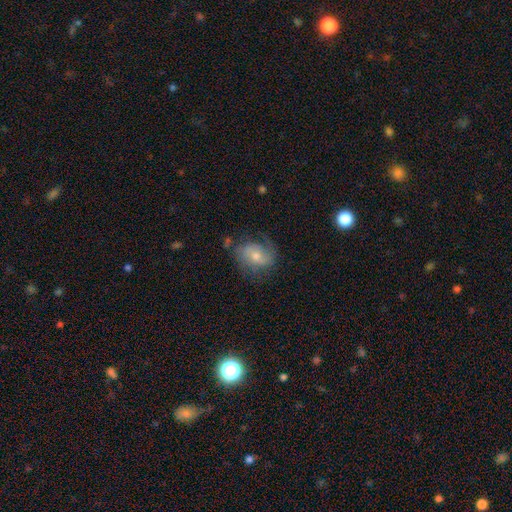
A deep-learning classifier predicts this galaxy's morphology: smooth-or-featured: featured or disk: 55% | smooth: 37% | star or artifact: 8%
  disk-edge-on: no: 96% | yes: 4%
    bar: no: 61% | weak: 32% | strong: 7%
    has-spiral-arms: yes: 80% | no: 20%
    bulge-size: moderate: 56% | small: 36% | large: 5% | none: 3% | dominant: 1%
  merging: none: 57% | minor disturbance: 26% | major disturbance: 15% | merger: 3%